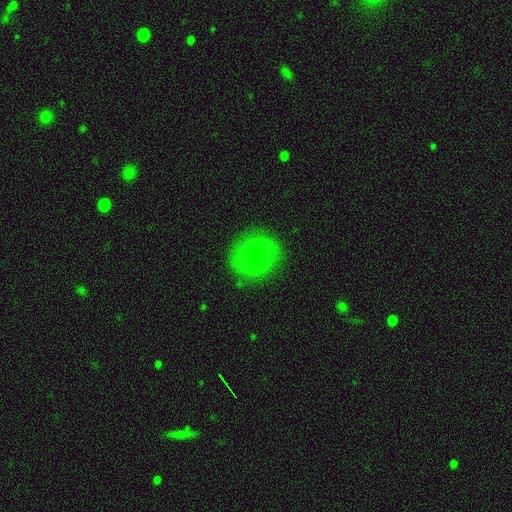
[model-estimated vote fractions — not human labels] Smooth or featured? Predicted: featured or disk (p=0.55). Edge-on disk? Predicted: no (p=0.97). Bar? Predicted: no (p=0.52). Spiral arms? Predicted: yes (p=0.79). Bulge size? Predicted: moderate (p=0.62). Merging? Predicted: none (p=0.83).